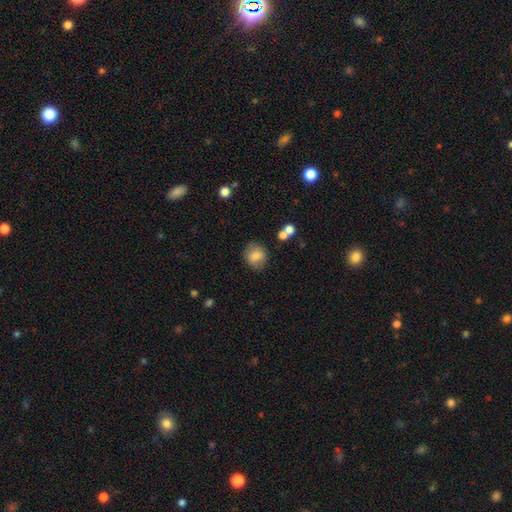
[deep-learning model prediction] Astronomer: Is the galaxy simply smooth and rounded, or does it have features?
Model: smooth — 75%.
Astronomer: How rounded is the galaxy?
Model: round — 68%.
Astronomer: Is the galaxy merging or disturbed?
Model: none — 75%.